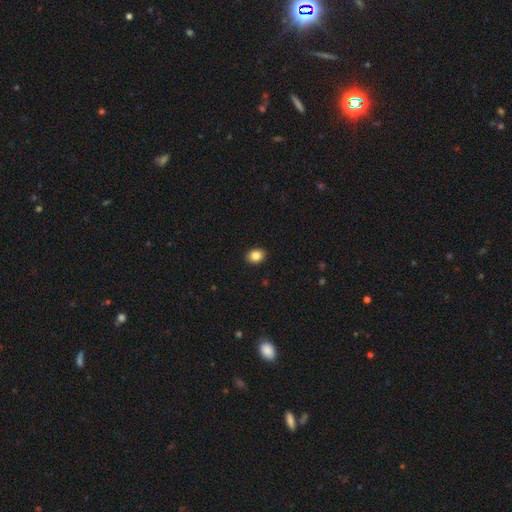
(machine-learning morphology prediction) Smooth or featured: smooth — 85% (star or artifact — 9%)
How rounded: in between — 53% (round — 46%)
Merging: none — 91% (minor disturbance — 6%)